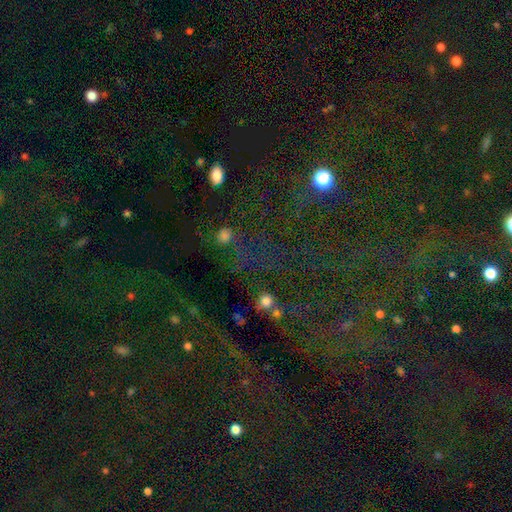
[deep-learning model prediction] Q: Smooth or featured?
A: star or artifact (75%); runner-up: smooth (16%)